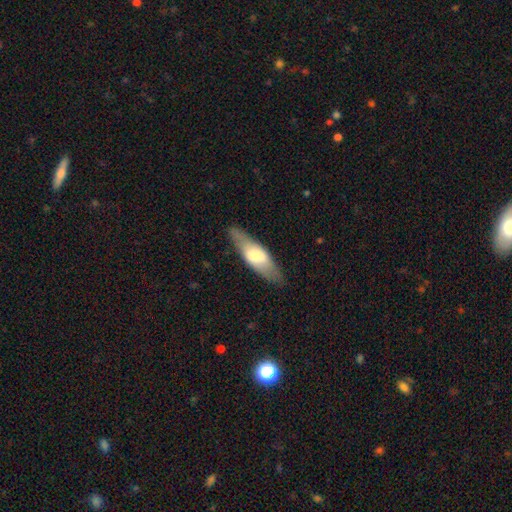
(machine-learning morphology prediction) Smooth or featured: smooth — 55% (featured or disk — 40%)
How rounded: in between — 52% (cigar-shaped — 46%)
Merging: none — 81% (minor disturbance — 14%)